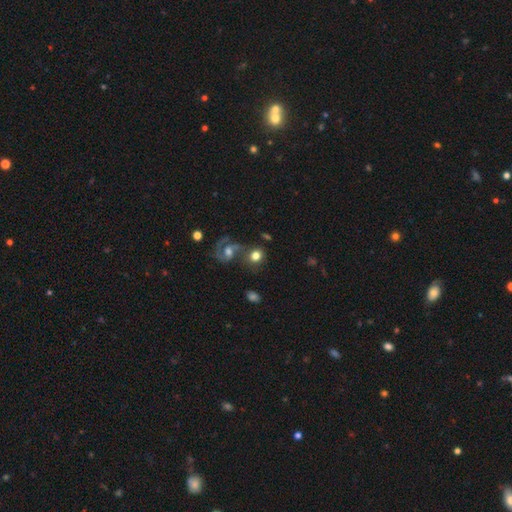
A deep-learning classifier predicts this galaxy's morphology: Overall: smooth (63%; featured or disk 27%). How rounded: round (76%). Merging: none (51%; merger 29%).